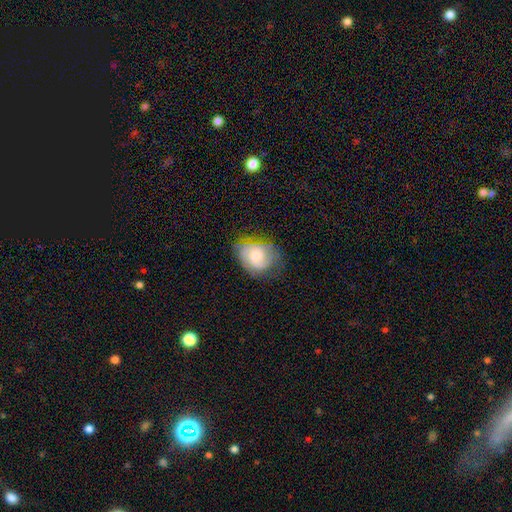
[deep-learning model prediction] This is possibly a featured or disk galaxy (57%). It is clearly not viewed edge-on (97%). Bar: likely no (73%). Spiral arm pattern: clearly yes (85%). Central bulge: possibly moderate (50%). Merging: likely none (65%).